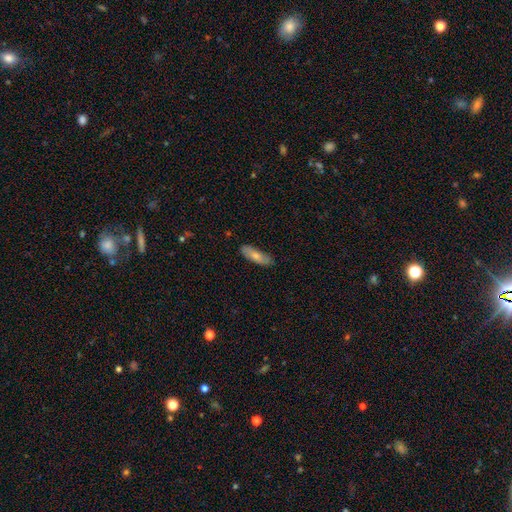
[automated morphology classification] smooth-or-featured: smooth: 73% | featured or disk: 21% | star or artifact: 6%
  how-rounded: in between: 56% | cigar-shaped: 42% | round: 2%
  merging: none: 81% | minor disturbance: 15% | major disturbance: 3% | merger: 1%